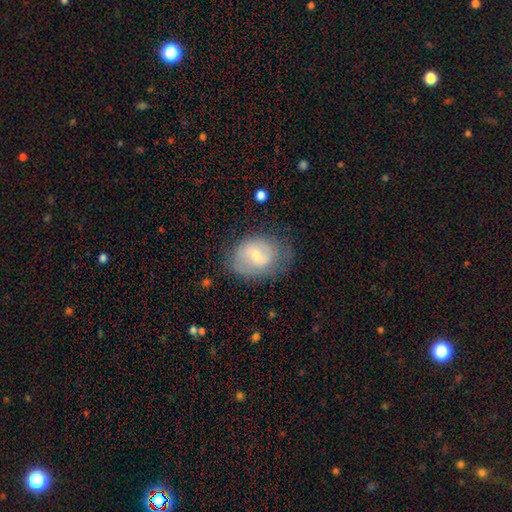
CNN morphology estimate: type=featured or disk (50%); edge-on=no (96%); merging=none (63%).